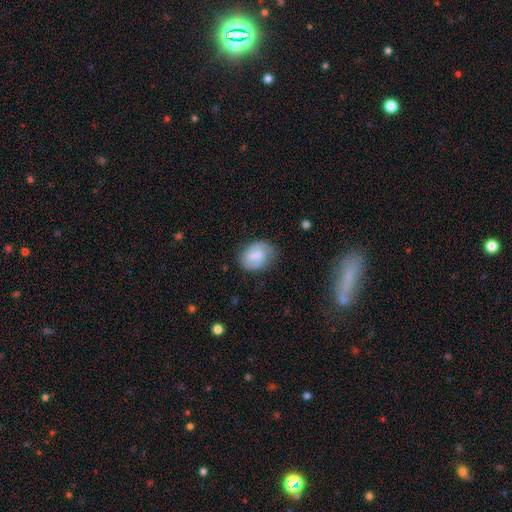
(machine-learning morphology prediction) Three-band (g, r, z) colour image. It shows a smooth galaxy with no disk features (59%) that is in between round and cigar-shaped (66%). Merging: none (70%).